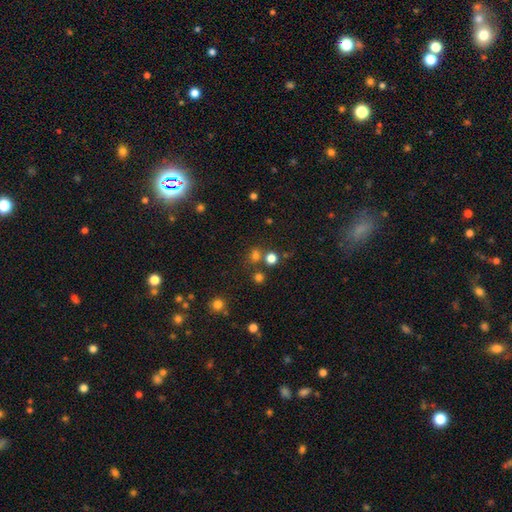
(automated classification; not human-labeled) Smooth or featured?
  - smooth: 70% *
  - star or artifact: 24%
  - featured or disk: 6%
How rounded?
  - round: 74% *
  - in between: 25%
  - cigar-shaped: 1%
Merging?
  - none: 68% *
  - merger: 18%
  - minor disturbance: 9%
  - major disturbance: 5%